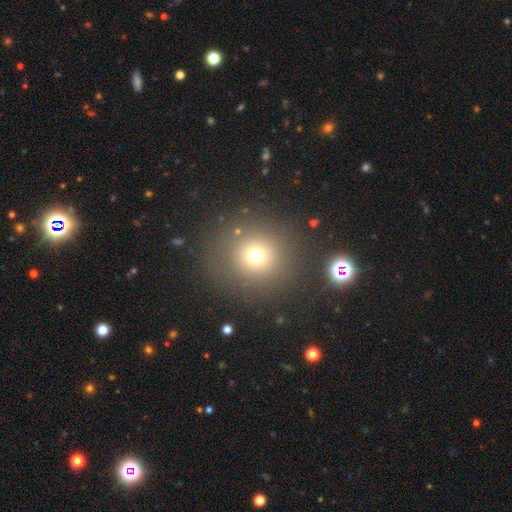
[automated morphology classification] This is likely a smooth galaxy (70%). How rounded: clearly round (88%). Merging: clearly none (82%).